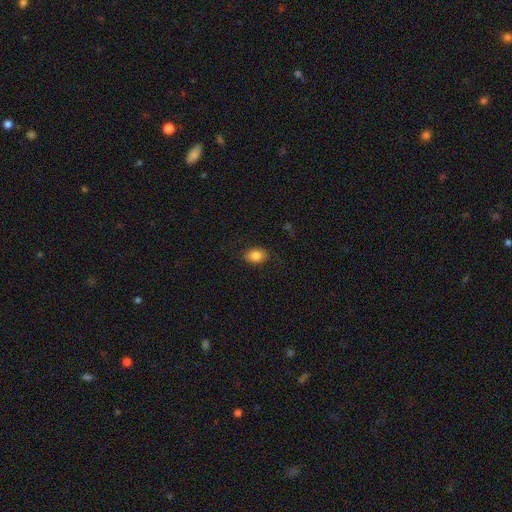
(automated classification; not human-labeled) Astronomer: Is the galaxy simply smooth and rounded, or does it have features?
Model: smooth — 84%.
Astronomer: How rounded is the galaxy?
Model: in between — 70%.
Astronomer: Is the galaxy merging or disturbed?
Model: none — 86%.